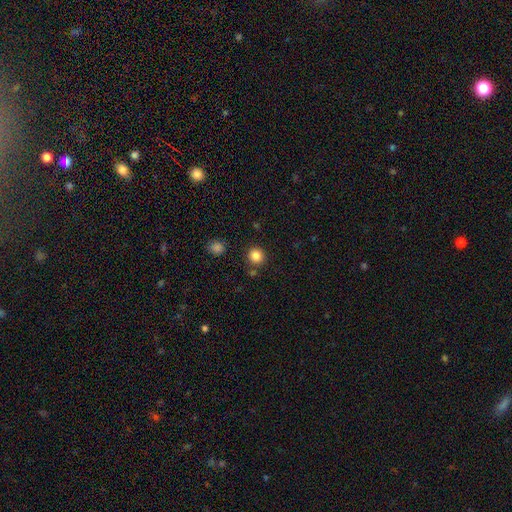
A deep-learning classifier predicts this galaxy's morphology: A smooth galaxy with no disk features (85%) that is round (92%).

Vote fractions:
- Smooth or featured? smooth: 85% / star or artifact: 11% / featured or disk: 4%
- How rounded? round: 92% / in between: 7% / cigar-shaped: 1%
- Merging? none: 85% / minor disturbance: 7% / merger: 5% / major disturbance: 2%